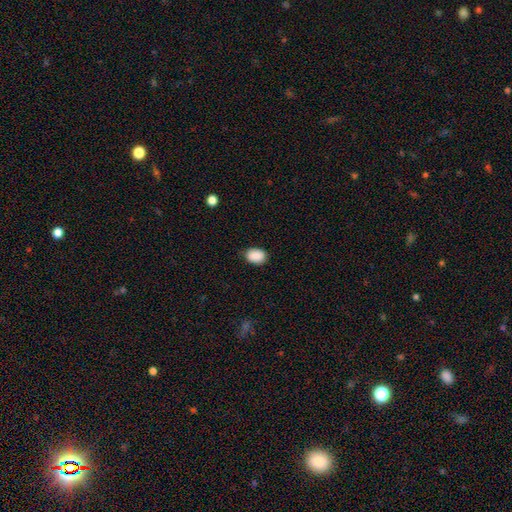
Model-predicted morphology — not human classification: smooth-or-featured: smooth: 89% | star or artifact: 8% | featured or disk: 3%
  how-rounded: in between: 75% | round: 24% | cigar-shaped: 1%
  merging: none: 81% | minor disturbance: 15% | major disturbance: 3% | merger: 1%